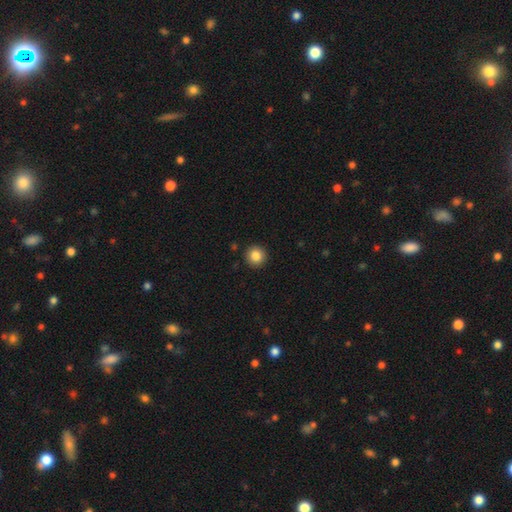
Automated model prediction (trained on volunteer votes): A smooth galaxy with no disk features (85%) that is round (94%). Merging: none (92%).